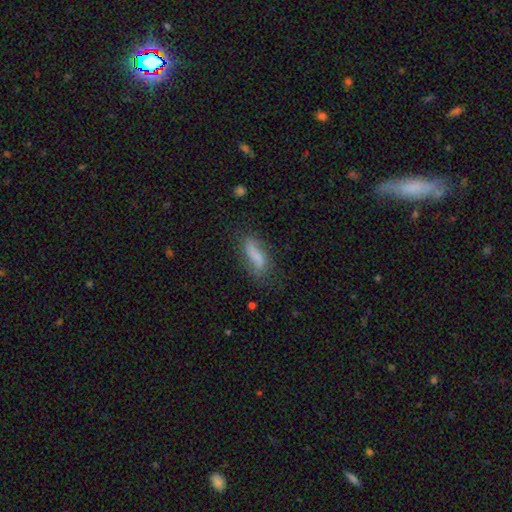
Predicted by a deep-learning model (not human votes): Overall: smooth (72%). How rounded: in between (51%; cigar-shaped 46%). Merging: none (58%; minor disturbance 27%).